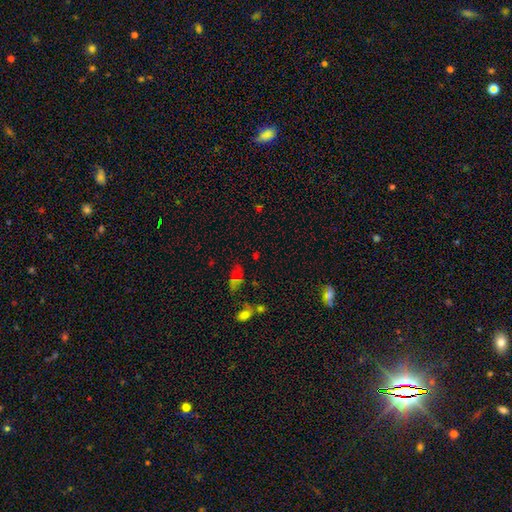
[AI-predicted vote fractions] Smooth or featured: smooth — 45% (star or artifact — 44%)
Merging: none — 61% (minor disturbance — 16%)